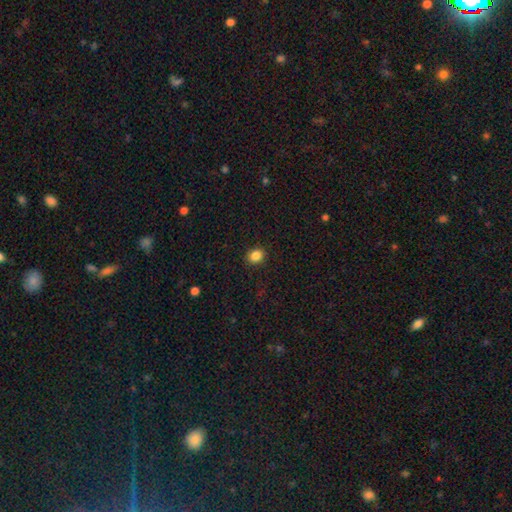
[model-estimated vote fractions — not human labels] This appears to be a smooth galaxy with no disk features (86%) that is round (69%). Merging: none (90%).